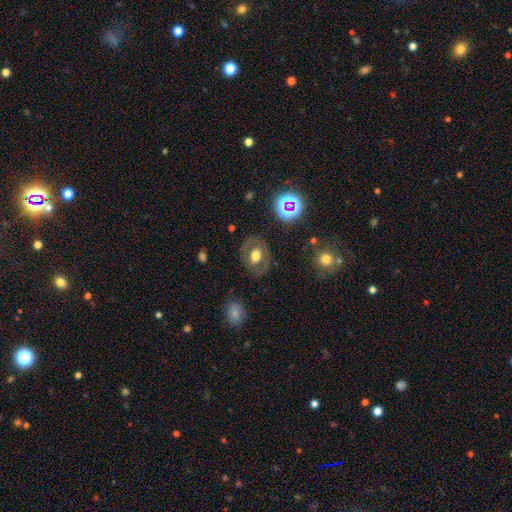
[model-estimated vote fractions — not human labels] The model was most divided on "smooth or featured": smooth: 47%, featured or disk: 42%, star or artifact: 10%. More confident: merging — none (80%).